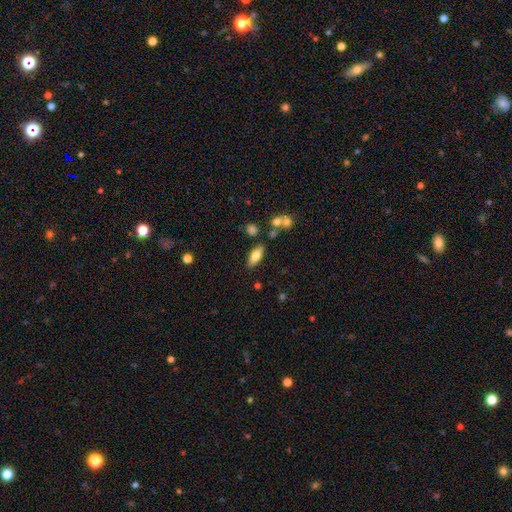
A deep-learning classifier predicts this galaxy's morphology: Q: Smooth or featured?
A: smooth (73%); runner-up: featured or disk (19%)
Q: How rounded?
A: in between (80%); runner-up: cigar-shaped (18%)
Q: Merging?
A: none (81%); runner-up: minor disturbance (11%)